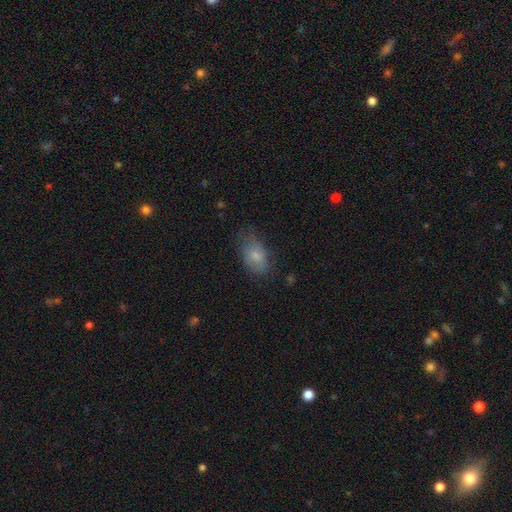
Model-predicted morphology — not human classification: smooth-or-featured: smooth: 77% | featured or disk: 15% | star or artifact: 8%
  how-rounded: in between: 89% | round: 9% | cigar-shaped: 2%
  merging: none: 61% | minor disturbance: 28% | major disturbance: 10% | merger: 1%